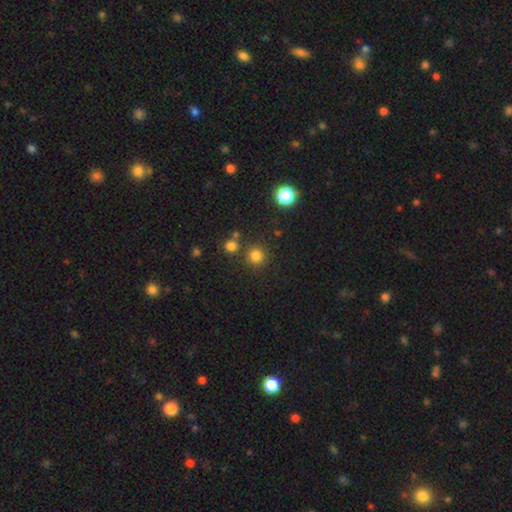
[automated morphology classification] A smooth galaxy with no disk features (79%) that is round (92%).

Vote fractions:
- Smooth or featured? smooth: 79% / star or artifact: 16% / featured or disk: 5%
- How rounded? round: 92% / in between: 7% / cigar-shaped: 1%
- Merging? none: 81% / merger: 9% / minor disturbance: 8% / major disturbance: 3%